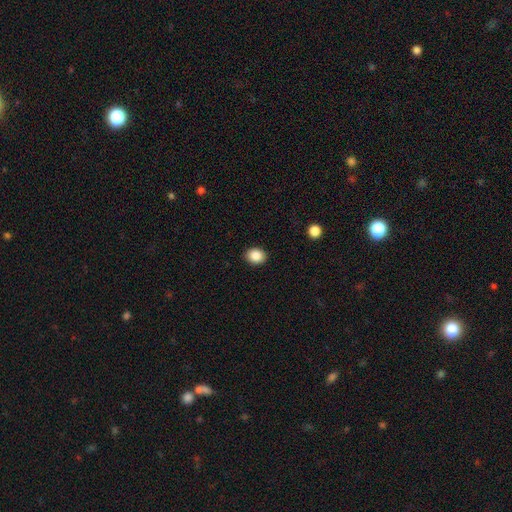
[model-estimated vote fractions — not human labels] Smooth or featured? Predicted: smooth (p=0.87). How rounded? Predicted: round (p=0.54). Merging? Predicted: none (p=0.91).